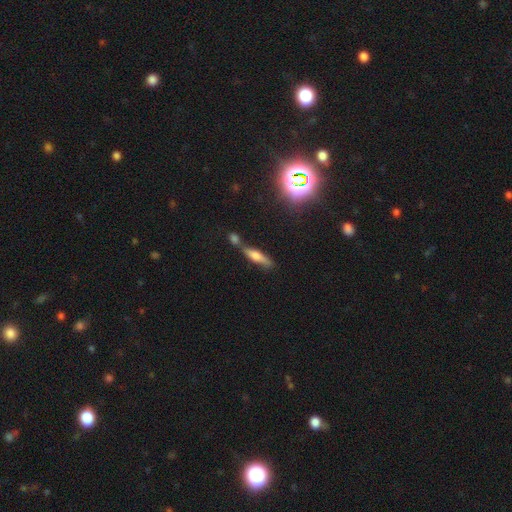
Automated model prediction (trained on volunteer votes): This appears to be a smooth galaxy with no disk features (55%) that is cigar-shaped (69%). Merging: none (53%).